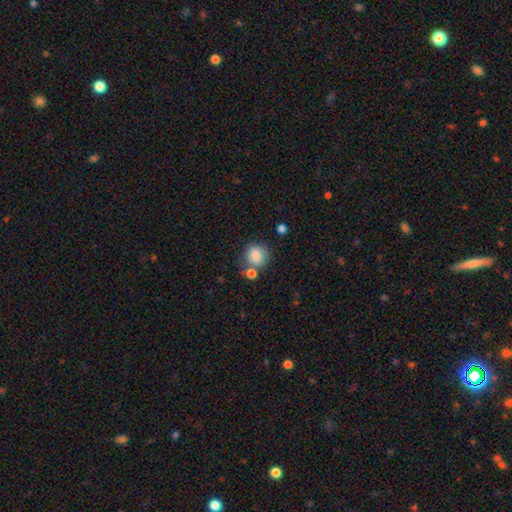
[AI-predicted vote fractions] Smooth or featured?
  - smooth: 85% *
  - star or artifact: 9%
  - featured or disk: 6%
How rounded?
  - round: 81% *
  - in between: 18%
  - cigar-shaped: 1%
Merging?
  - none: 65% *
  - merger: 16%
  - minor disturbance: 14%
  - major disturbance: 5%